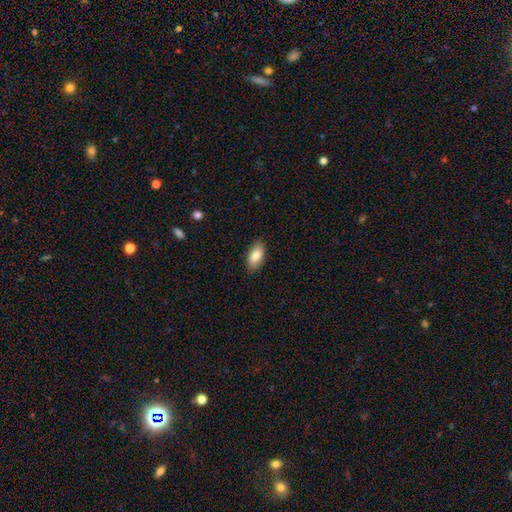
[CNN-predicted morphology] Smooth or featured?
  - smooth: 83% *
  - featured or disk: 10%
  - star or artifact: 7%
How rounded?
  - in between: 92% *
  - cigar-shaped: 4%
  - round: 3%
Merging?
  - none: 88% *
  - minor disturbance: 9%
  - major disturbance: 2%
  - merger: 1%